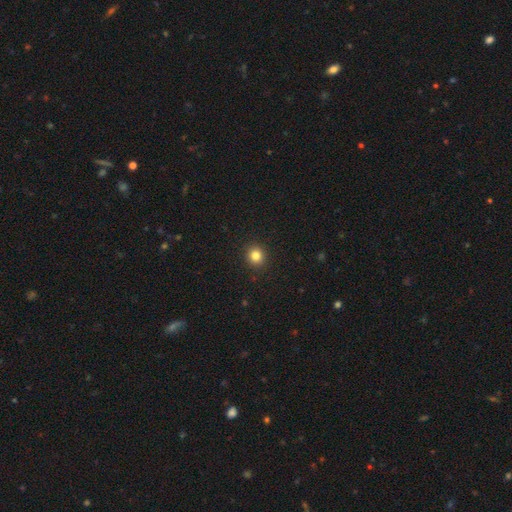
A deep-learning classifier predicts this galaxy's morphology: type=smooth (82%); roundness=round (89%); merging=none (92%).